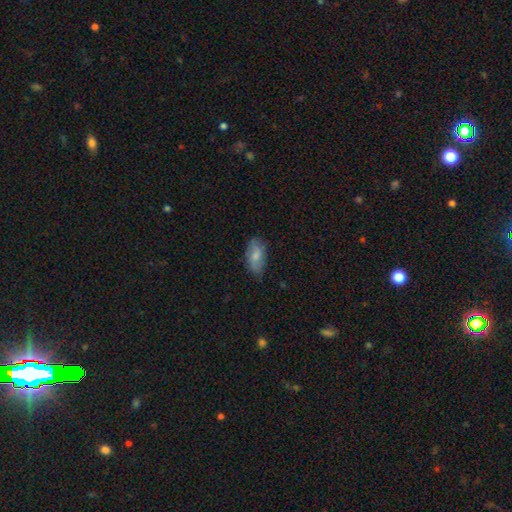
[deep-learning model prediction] A smooth galaxy with no disk features (76%) that is in between round and cigar-shaped (93%). Merging: none (73%).